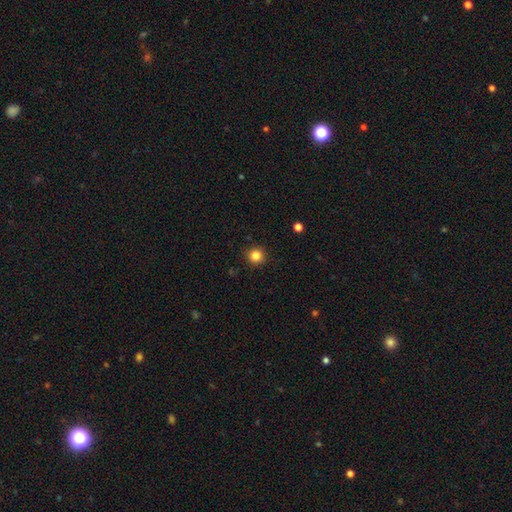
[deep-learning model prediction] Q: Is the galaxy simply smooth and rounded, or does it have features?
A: smooth — 84%.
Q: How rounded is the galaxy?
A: round — 94%.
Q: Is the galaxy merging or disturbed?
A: none — 92%.